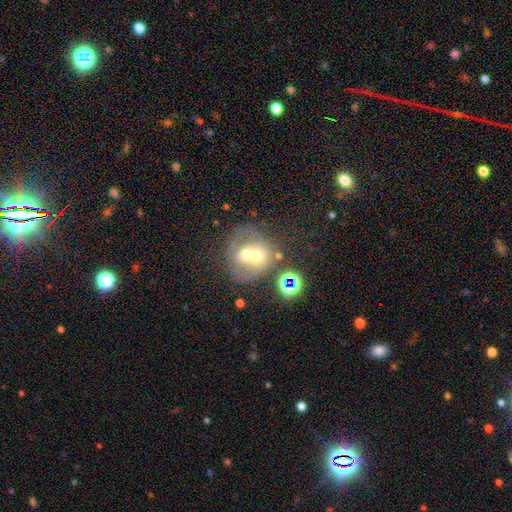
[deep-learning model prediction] featured or disk 45%, smooth 41%, star or artifact 14%. Down the decision tree: merging — merger (65%).